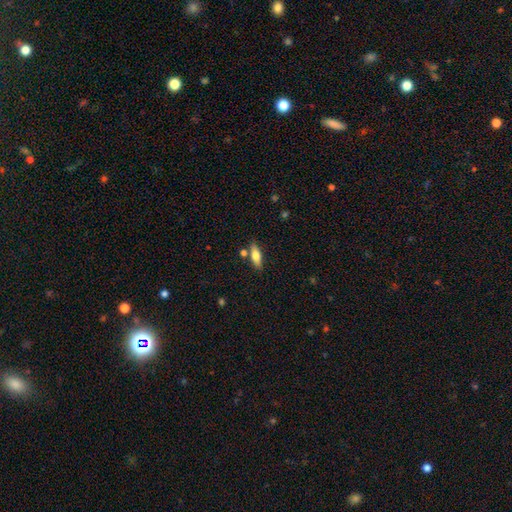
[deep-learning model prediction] This appears to be a smooth galaxy with no disk features (66%) that is in between round and cigar-shaped (58%). Merging: none (77%).